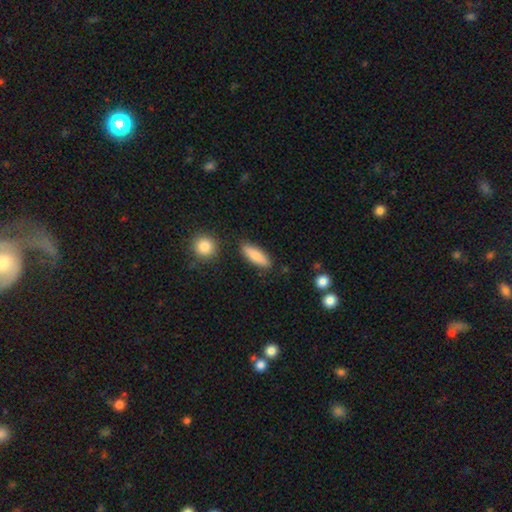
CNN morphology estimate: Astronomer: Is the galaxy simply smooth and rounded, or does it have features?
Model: smooth — 81%.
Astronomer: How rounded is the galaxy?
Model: in between — 55% (runner-up: cigar-shaped, 42%).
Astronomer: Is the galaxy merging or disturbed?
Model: none — 82%.